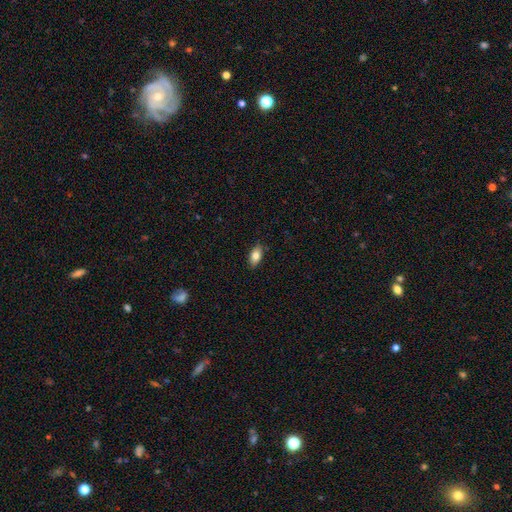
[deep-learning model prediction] Smooth or featured?
  - smooth: 81% *
  - featured or disk: 12%
  - star or artifact: 7%
How rounded?
  - in between: 90% *
  - cigar-shaped: 6%
  - round: 4%
Merging?
  - none: 86% *
  - minor disturbance: 11%
  - major disturbance: 2%
  - merger: 1%